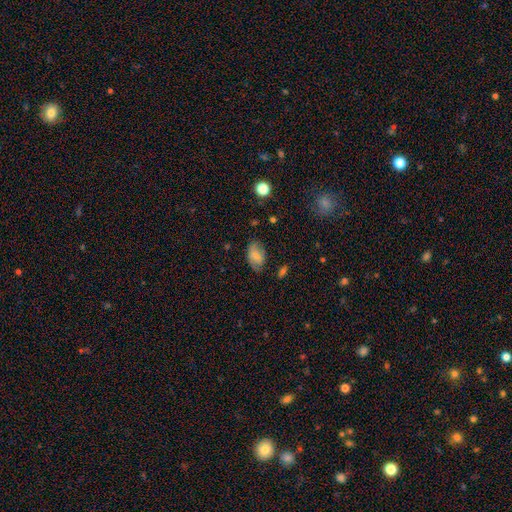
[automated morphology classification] This appears to be a smooth galaxy with no disk features (71%) that is in between round and cigar-shaped (91%). Merging: none (71%).